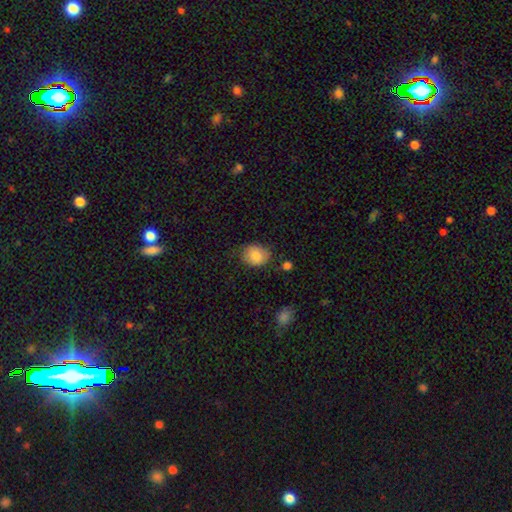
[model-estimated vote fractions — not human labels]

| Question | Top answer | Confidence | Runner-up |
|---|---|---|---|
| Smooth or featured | smooth | 83% | featured or disk (9%) |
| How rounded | round | 55% | in between (44%) |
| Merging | none | 71% | minor disturbance (21%) |